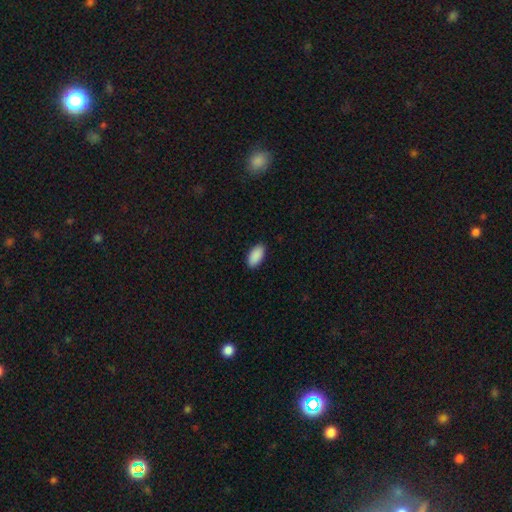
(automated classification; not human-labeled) Smooth or featured? smooth (91%)
How rounded? in between (95%)
Merging? none (89%)